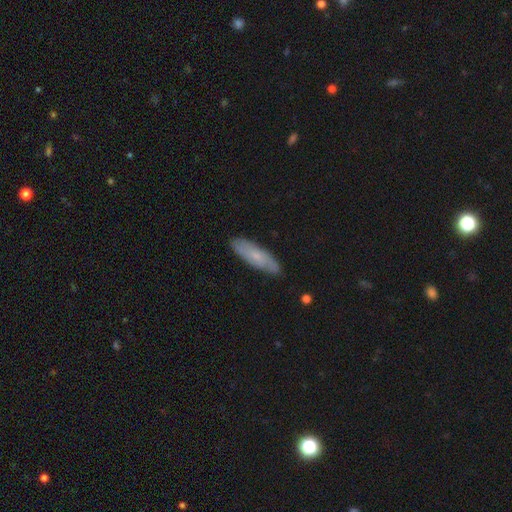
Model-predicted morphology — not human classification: The model was most divided on "how rounded": cigar-shaped: 54%, in between: 45%, round: 2%. More confident: merging — none (81%); smooth or featured — smooth (55%).